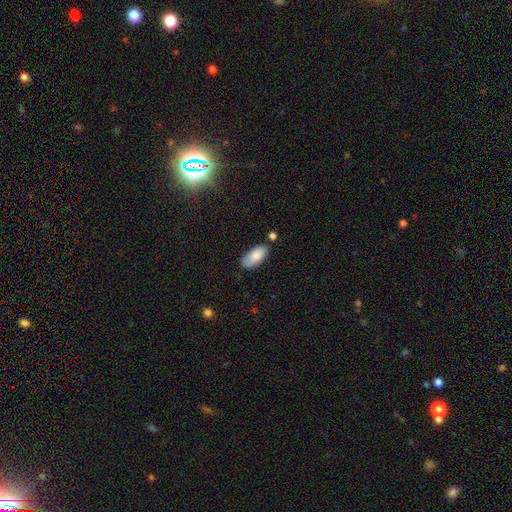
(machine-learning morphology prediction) smooth_or_featured: smooth (p=0.83) [alt: featured or disk p=0.11]
how_rounded: in between (p=0.91) [alt: cigar-shaped p=0.07]
merging: none (p=0.73) [alt: minor disturbance p=0.18]